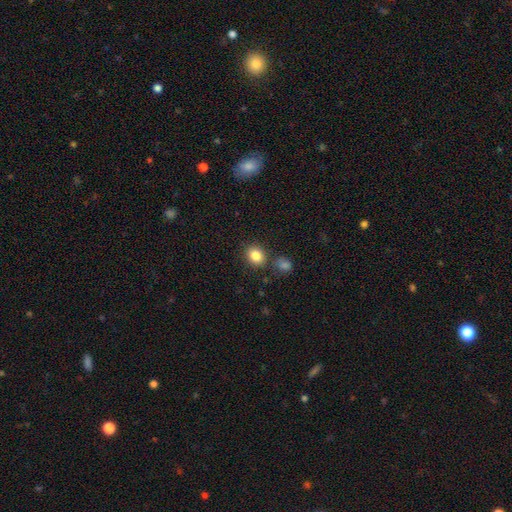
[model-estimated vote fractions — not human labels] Smooth or featured: smooth — 85% (star or artifact — 10%)
How rounded: round — 66% (in between — 33%)
Merging: none — 79% (minor disturbance — 10%)